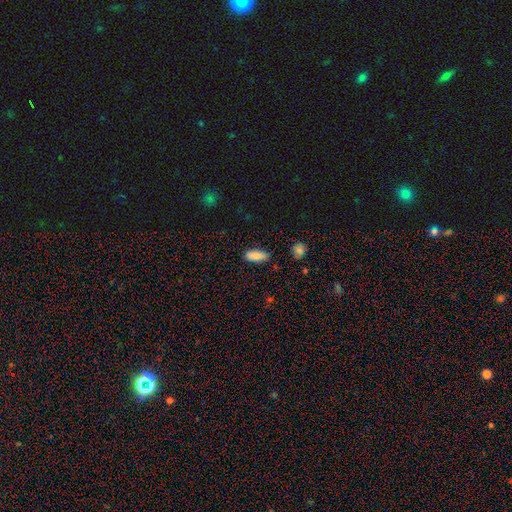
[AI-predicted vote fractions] Smooth or featured: smooth — 86% (star or artifact — 7%)
How rounded: in between — 74% (cigar-shaped — 24%)
Merging: none — 82% (minor disturbance — 14%)